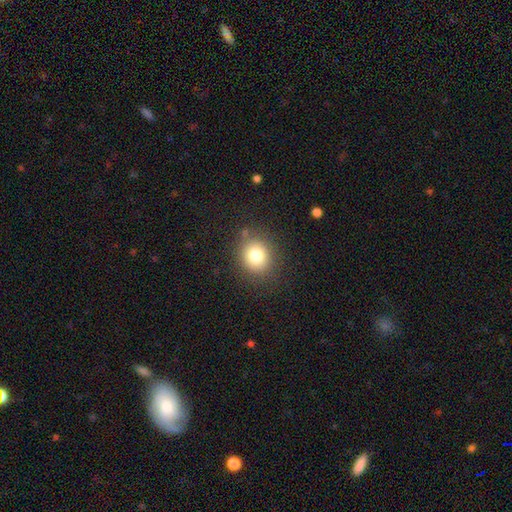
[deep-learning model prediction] This is likely a smooth galaxy (79%). How rounded: clearly round (82%). Merging: clearly none (84%).